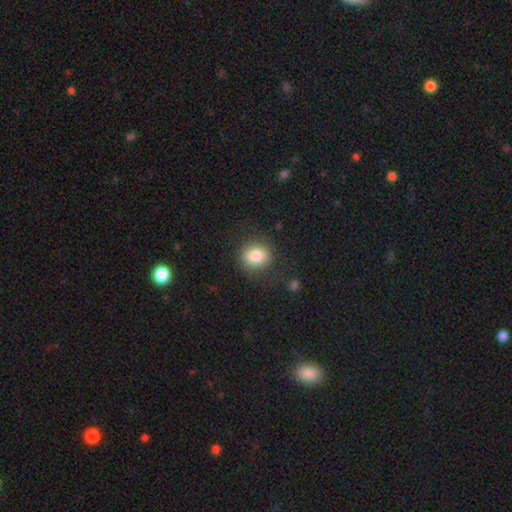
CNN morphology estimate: Smooth or featured?
  - smooth: 84% *
  - star or artifact: 9%
  - featured or disk: 7%
How rounded?
  - round: 74% *
  - in between: 25%
  - cigar-shaped: 1%
Merging?
  - none: 79% *
  - minor disturbance: 13%
  - major disturbance: 6%
  - merger: 2%